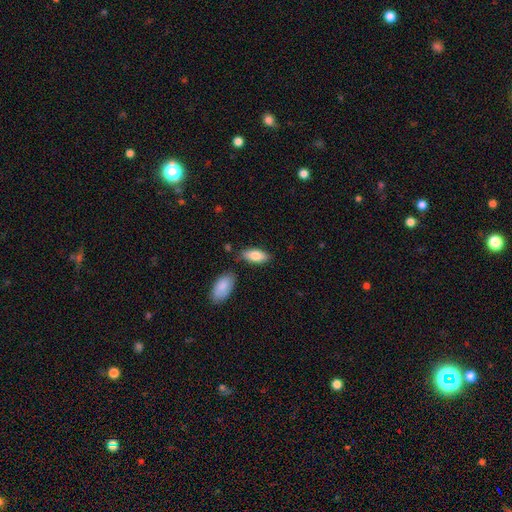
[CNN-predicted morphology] Smooth or featured? smooth (80%)
How rounded? in between (84%)
Merging? none (75%)